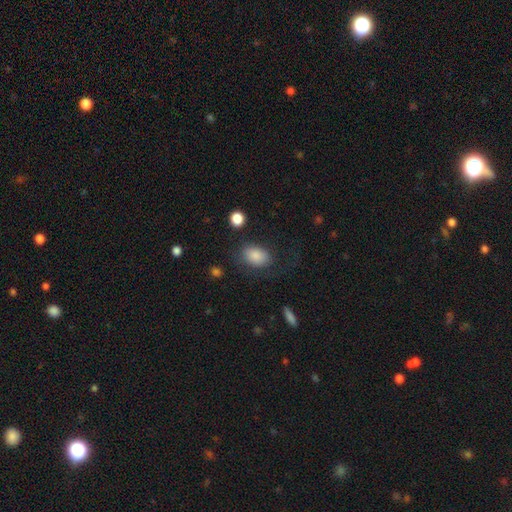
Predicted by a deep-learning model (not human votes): This is clearly a smooth galaxy (85%). How rounded: clearly in between (84%). Merging: likely none (69%).